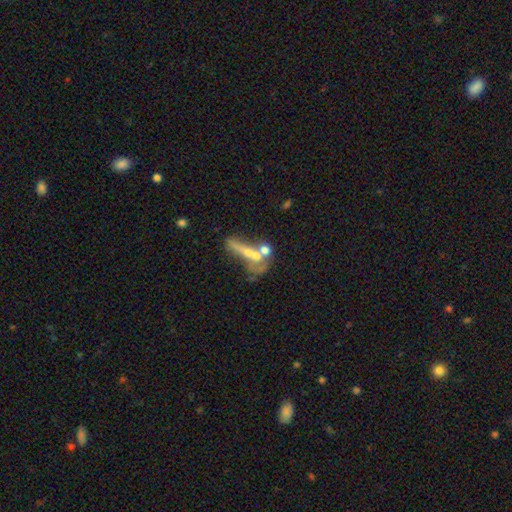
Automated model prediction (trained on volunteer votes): The model was most divided on "smooth or featured": featured or disk: 49%, smooth: 38%, star or artifact: 13%. More confident: merging — merger (50%).